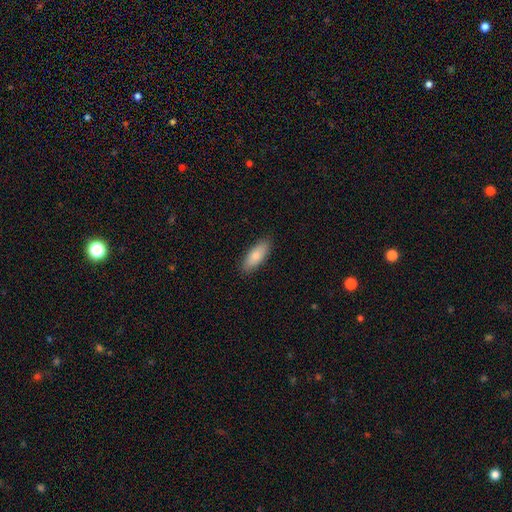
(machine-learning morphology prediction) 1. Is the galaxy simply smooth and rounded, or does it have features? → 79% smooth, 15% featured or disk, 6% star or artifact.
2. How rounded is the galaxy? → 74% in between, 24% cigar-shaped, 2% round.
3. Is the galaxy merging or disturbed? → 88% none, 9% minor disturbance, 2% major disturbance, 1% merger.